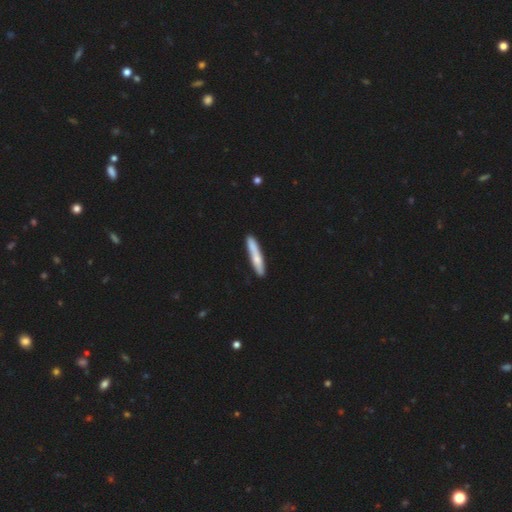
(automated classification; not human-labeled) A smooth galaxy with no disk features (64%) that is cigar-shaped (92%). Merging: none (83%).